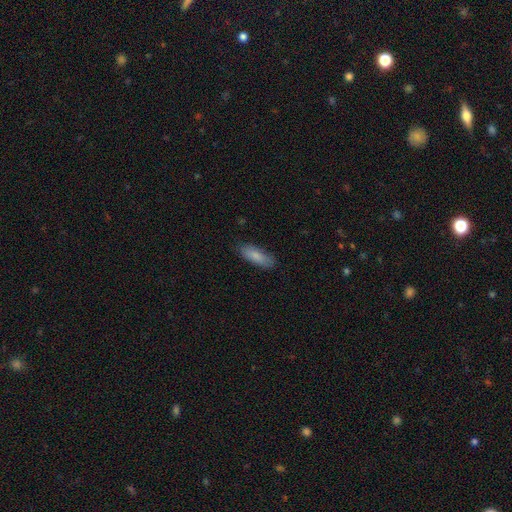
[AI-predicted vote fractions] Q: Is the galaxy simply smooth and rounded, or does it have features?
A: smooth — 84%.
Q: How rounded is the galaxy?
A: in between — 65%.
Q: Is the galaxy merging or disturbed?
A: none — 82%.